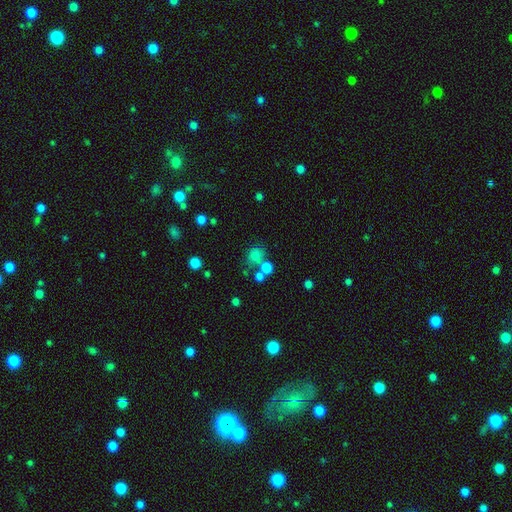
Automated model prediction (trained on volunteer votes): Overall: smooth (73%). How rounded: round (74%). Merging: none (54%; merger 25%).